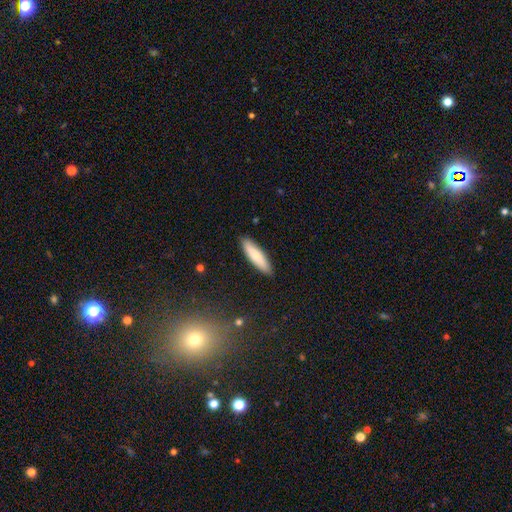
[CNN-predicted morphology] A smooth galaxy with no disk features (82%) that is cigar-shaped (71%). Merging: none (89%).